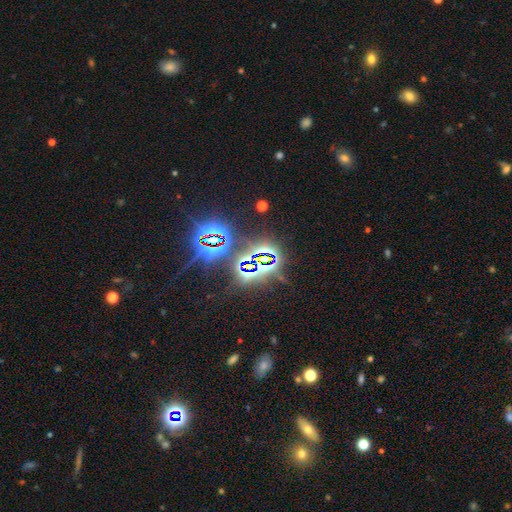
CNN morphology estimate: Q: Smooth or featured?
A: star or artifact (83%); runner-up: smooth (9%)